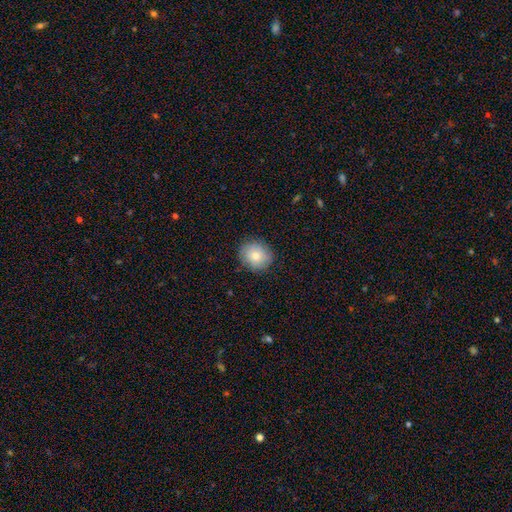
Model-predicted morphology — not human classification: A smooth galaxy with no disk features (78%) that is round (75%). Merging: none (86%).